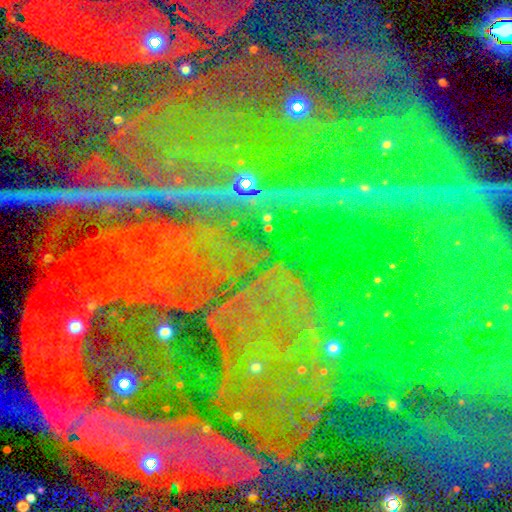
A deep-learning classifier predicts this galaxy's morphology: type=star or artifact (88%).